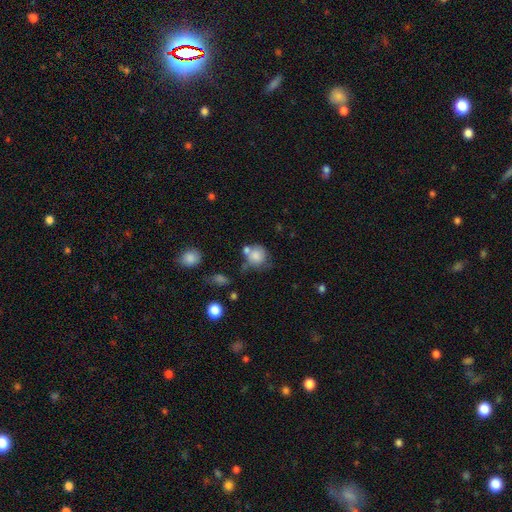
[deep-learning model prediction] Q: Smooth or featured?
A: smooth (78%); runner-up: featured or disk (13%)
Q: How rounded?
A: round (82%); runner-up: in between (17%)
Q: Merging?
A: none (43%); runner-up: merger (25%)